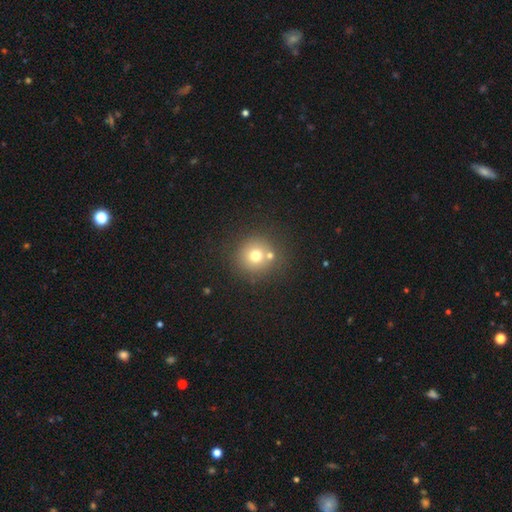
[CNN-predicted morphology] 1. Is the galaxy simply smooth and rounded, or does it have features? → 70% smooth, 15% star or artifact, 14% featured or disk.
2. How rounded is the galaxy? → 93% round, 6% in between, 1% cigar-shaped.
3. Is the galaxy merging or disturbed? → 68% none, 21% merger, 8% minor disturbance, 3% major disturbance.